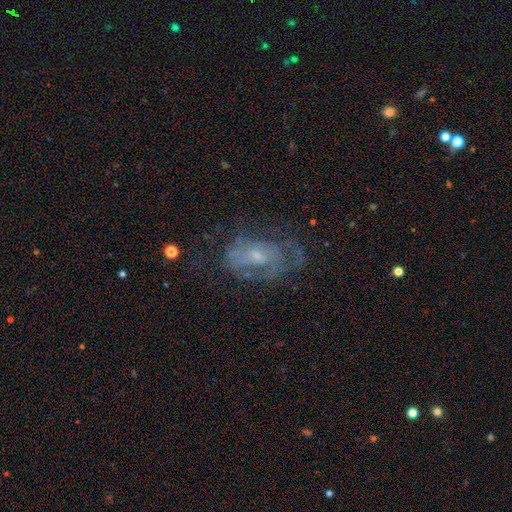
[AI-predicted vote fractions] This appears to be a featured or disk galaxy (67%) with no bar (68%), spiral arms (60%) and a small central bulge (49%). Merging: none (52%).